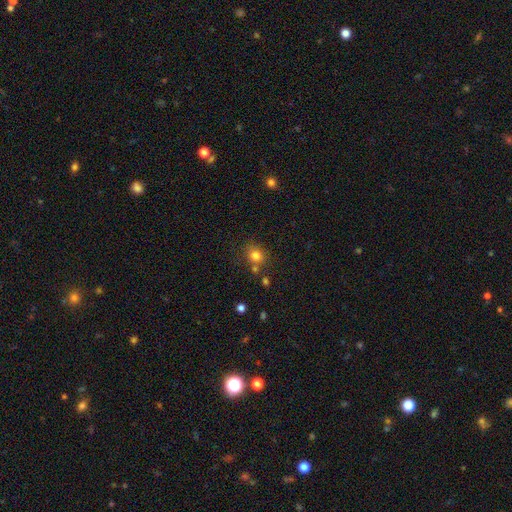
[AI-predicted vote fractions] Q: Smooth or featured?
A: smooth (79%); runner-up: star or artifact (14%)
Q: How rounded?
A: round (70%); runner-up: in between (29%)
Q: Merging?
A: none (69%); runner-up: merger (14%)